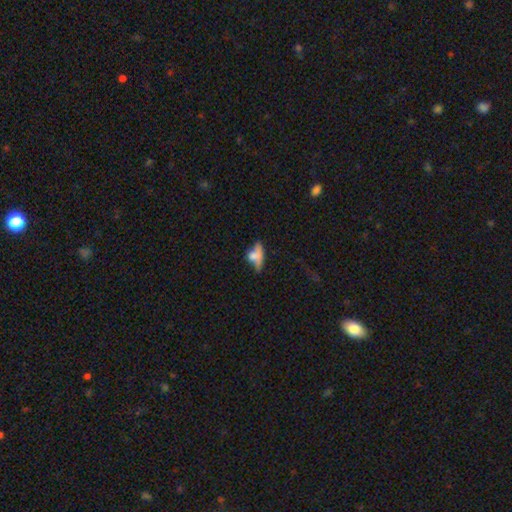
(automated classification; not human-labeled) Smooth or featured?
  - smooth: 56% *
  - featured or disk: 33%
  - star or artifact: 12%
How rounded?
  - in between: 66% *
  - cigar-shaped: 22%
  - round: 11%
Merging?
  - none: 34% *
  - merger: 23%
  - major disturbance: 22%
  - minor disturbance: 21%